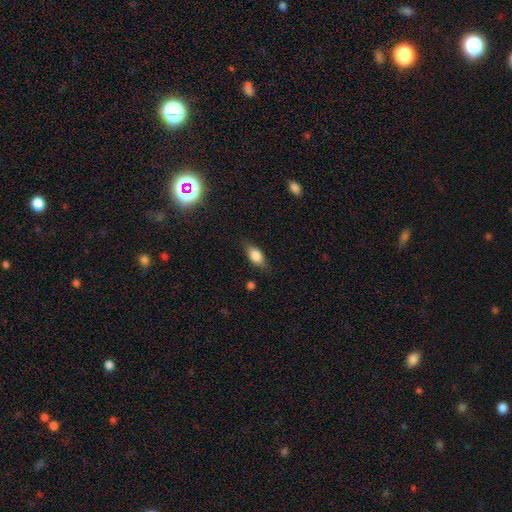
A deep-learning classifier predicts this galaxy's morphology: smooth-or-featured: smooth: 79% | featured or disk: 14% | star or artifact: 8%
  how-rounded: in between: 84% | cigar-shaped: 10% | round: 6%
  merging: none: 78% | minor disturbance: 16% | major disturbance: 4% | merger: 1%